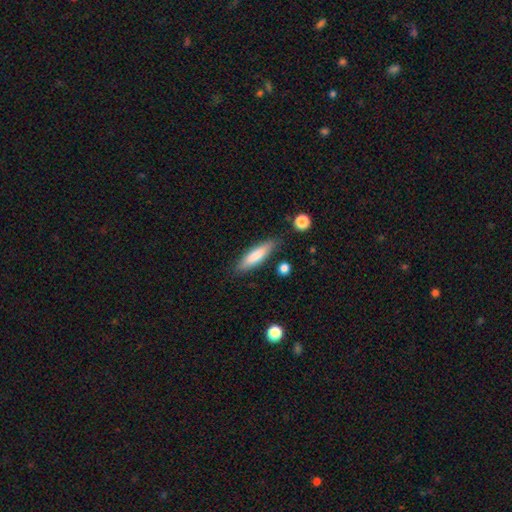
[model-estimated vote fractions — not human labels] Q: Smooth or featured?
A: smooth (77%); runner-up: featured or disk (17%)
Q: How rounded?
A: cigar-shaped (73%); runner-up: in between (26%)
Q: Merging?
A: none (83%); runner-up: minor disturbance (12%)